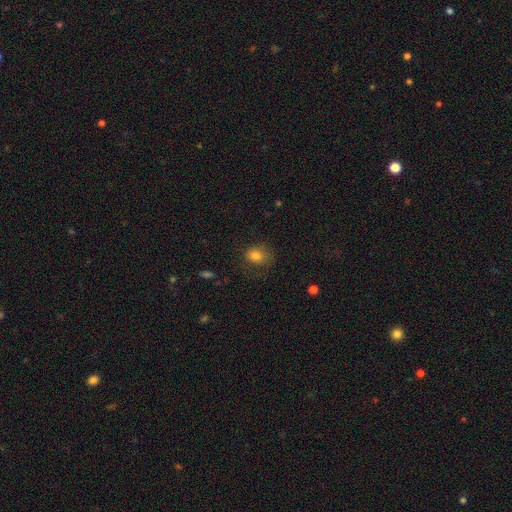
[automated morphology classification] Overall: smooth (80%). How rounded: round (52%; in between 47%). Merging: none (65%).